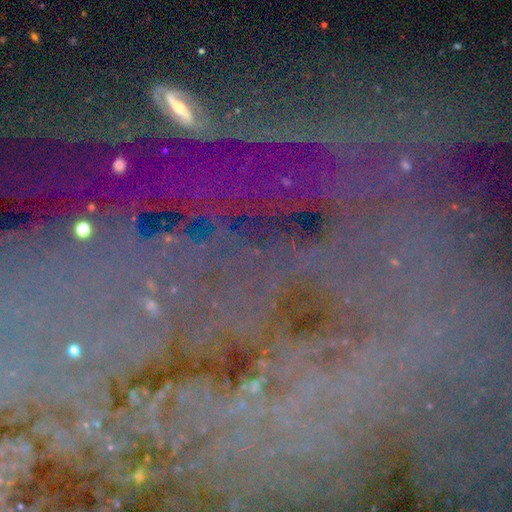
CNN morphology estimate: The model was most divided on "smooth or featured": star or artifact: 79%, featured or disk: 12%, smooth: 9%.